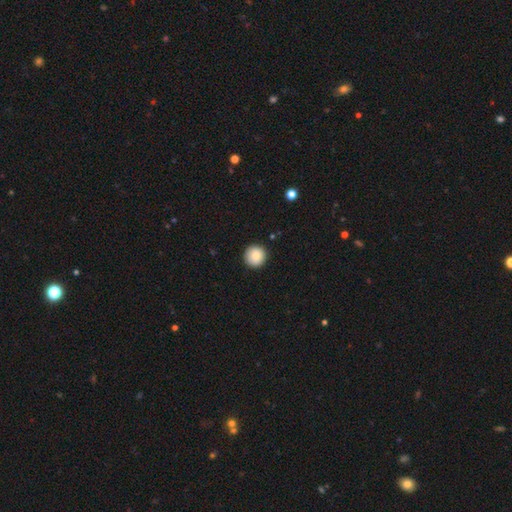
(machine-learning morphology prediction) Smooth or featured? smooth (86%)
How rounded? round (95%)
Merging? none (91%)